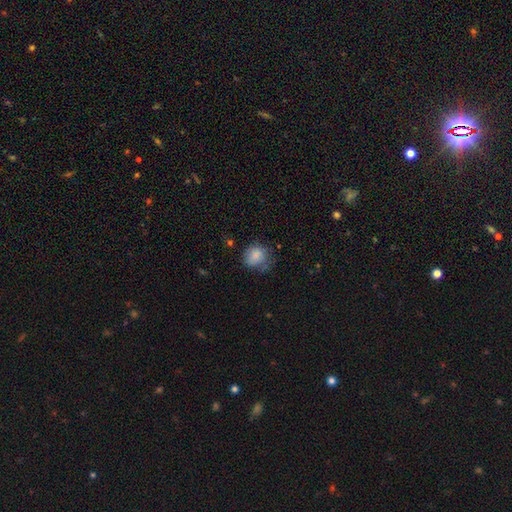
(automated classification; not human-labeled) smooth_or_featured: smooth (p=0.78) [alt: featured or disk p=0.13]
how_rounded: round (p=0.74) [alt: in between p=0.25]
merging: none (p=0.54) [alt: minor disturbance p=0.31]